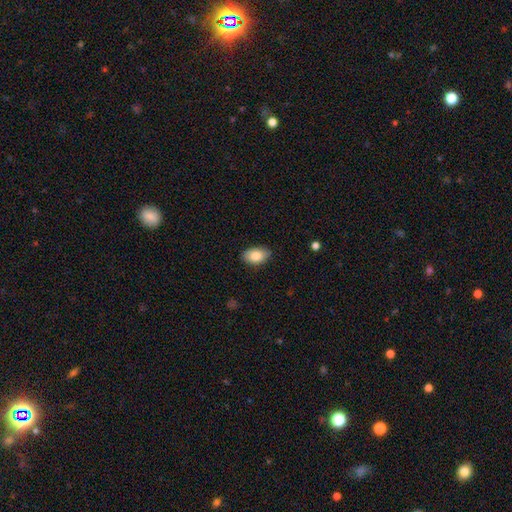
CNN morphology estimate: This appears to be a smooth galaxy with no disk features (85%) that is in between round and cigar-shaped (91%). Merging: none (84%).